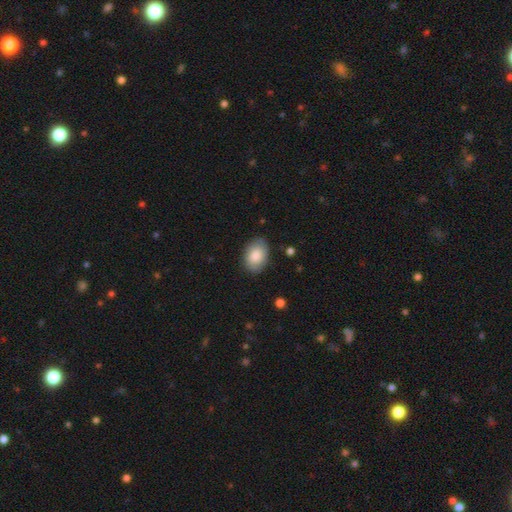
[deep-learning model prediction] smooth 84%, featured or disk 10%, star or artifact 6%. Down the decision tree: how rounded — in between (85%); merging — none (82%).